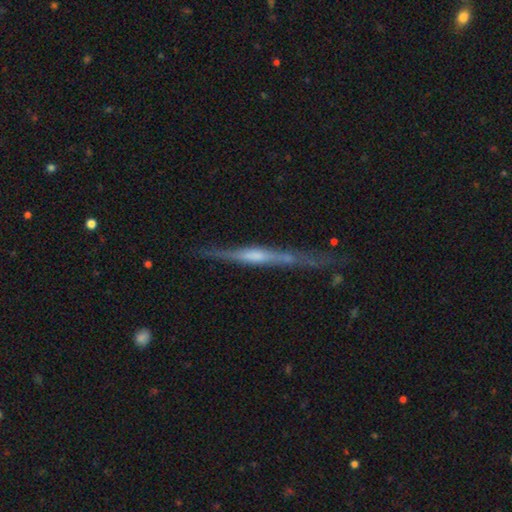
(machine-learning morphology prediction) Smooth or featured? featured or disk (73%)
Edge-on disk? yes (97%)
Edge-on bulge? rounded (46%)
Merging? none (77%)